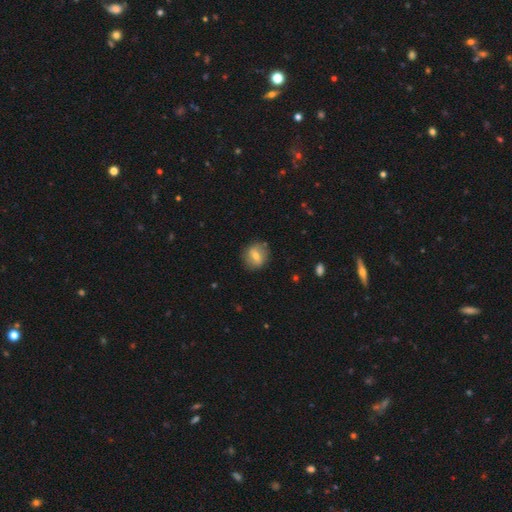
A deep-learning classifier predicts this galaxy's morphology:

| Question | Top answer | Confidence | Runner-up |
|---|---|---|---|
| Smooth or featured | smooth | 60% | featured or disk (31%) |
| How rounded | round | 73% | in between (25%) |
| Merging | none | 83% | minor disturbance (12%) |